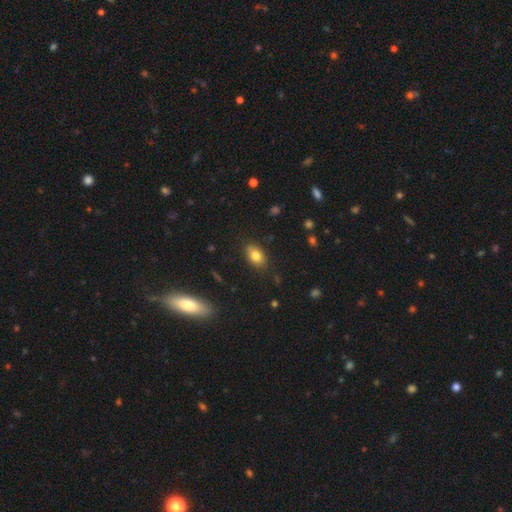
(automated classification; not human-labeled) smooth_or_featured: smooth (p=0.80) [alt: featured or disk p=0.11]
how_rounded: in between (p=0.86) [alt: round p=0.11]
merging: none (p=0.85) [alt: minor disturbance p=0.11]